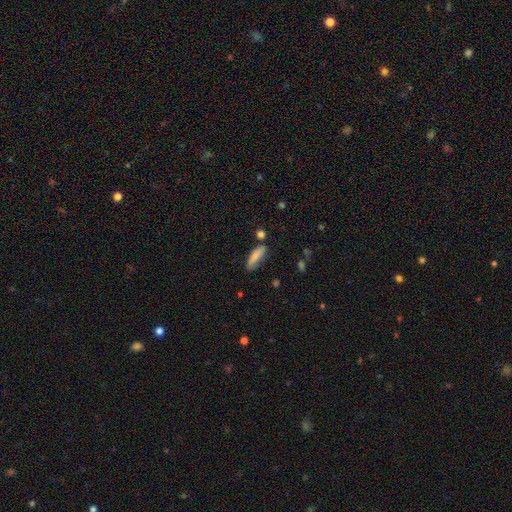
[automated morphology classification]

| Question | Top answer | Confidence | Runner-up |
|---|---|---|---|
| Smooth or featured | smooth | 81% | featured or disk (12%) |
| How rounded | cigar-shaped | 54% | in between (44%) |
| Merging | none | 65% | minor disturbance (24%) |